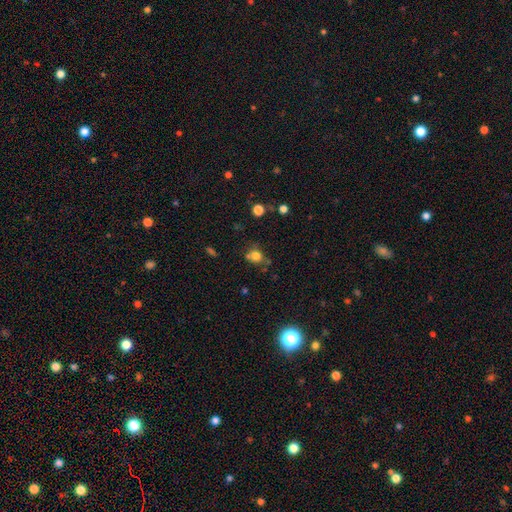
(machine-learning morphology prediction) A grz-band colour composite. It shows a smooth galaxy with no disk features (76%) that is round (71%). Merging: none (56%).